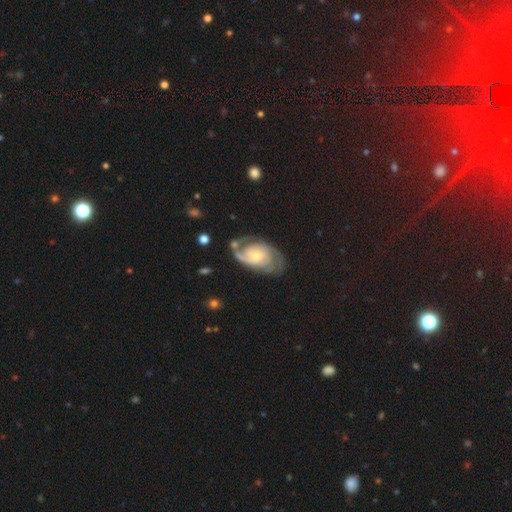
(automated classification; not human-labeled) Smooth or featured?
  - featured or disk: 84% *
  - smooth: 11%
  - star or artifact: 5%
Edge-on disk?
  - no: 97% *
  - yes: 3%
Bar?
  - no: 68% *
  - weak: 27%
  - strong: 5%
Spiral arms?
  - yes: 95% *
  - no: 5%
Spiral winding?
  - tight: 44% *
  - medium: 41%
  - loose: 15%
Spiral arm count?
  - 2: 54% *
  - can't tell: 17%
  - 3: 14%
  - 1: 9%
  - 4: 3%
  - more than 4: 3%
Bulge size?
  - small: 48% *
  - moderate: 46%
  - large: 4%
  - none: 1%
  - dominant: 1%
Merging?
  - none: 59% *
  - minor disturbance: 22%
  - major disturbance: 15%
  - merger: 5%